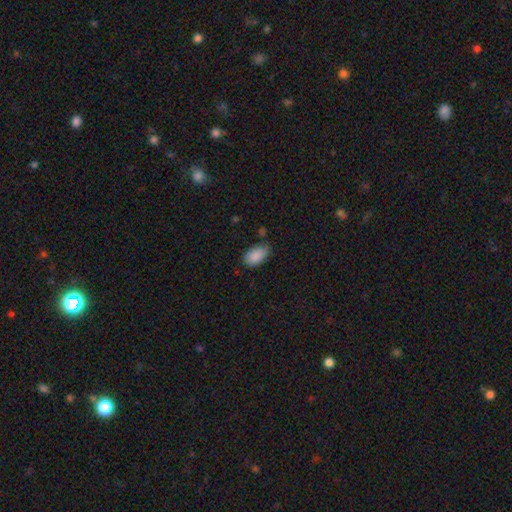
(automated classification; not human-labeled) Smooth or featured: smooth — 89% (star or artifact — 7%)
How rounded: in between — 93% (round — 5%)
Merging: none — 68% (minor disturbance — 25%)